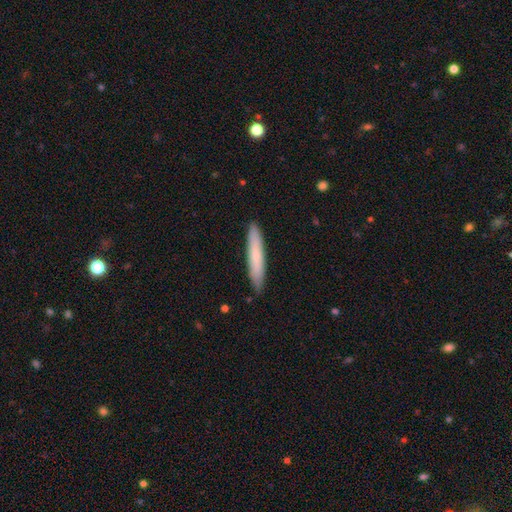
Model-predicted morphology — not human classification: type=smooth (71%); roundness=cigar-shaped (93%); merging=none (89%).